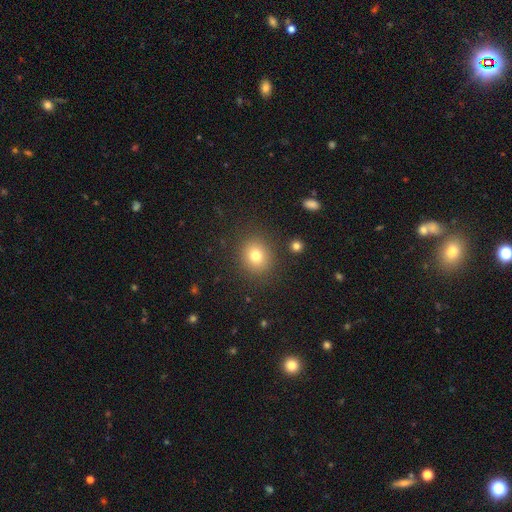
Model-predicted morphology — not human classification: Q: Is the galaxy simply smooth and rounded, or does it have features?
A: smooth — 78%.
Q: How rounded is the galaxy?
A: round — 79%.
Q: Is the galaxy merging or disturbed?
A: none — 87%.